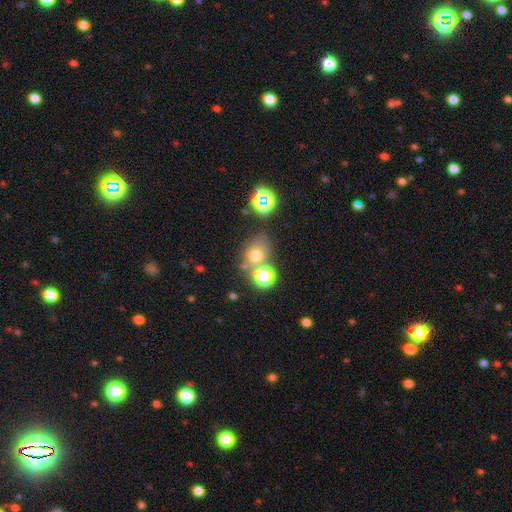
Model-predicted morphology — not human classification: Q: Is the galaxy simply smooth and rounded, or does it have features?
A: smooth — 64%.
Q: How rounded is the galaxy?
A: round — 58%.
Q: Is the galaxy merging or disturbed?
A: none — 56%.